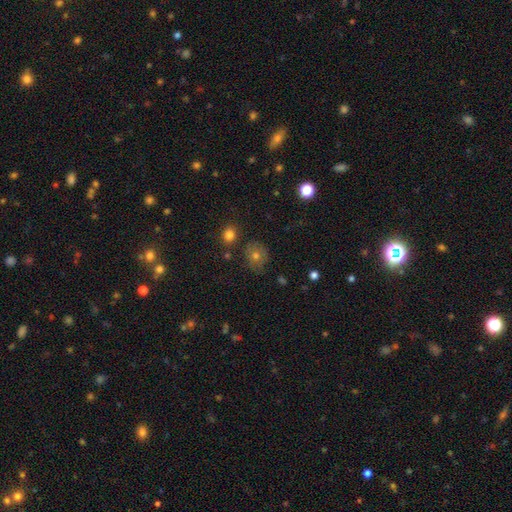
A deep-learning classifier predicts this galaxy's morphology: Smooth or featured?
  - smooth: 61% *
  - featured or disk: 20%
  - star or artifact: 19%
How rounded?
  - round: 76% *
  - in between: 23%
  - cigar-shaped: 1%
Merging?
  - none: 79% *
  - minor disturbance: 13%
  - major disturbance: 4%
  - merger: 4%